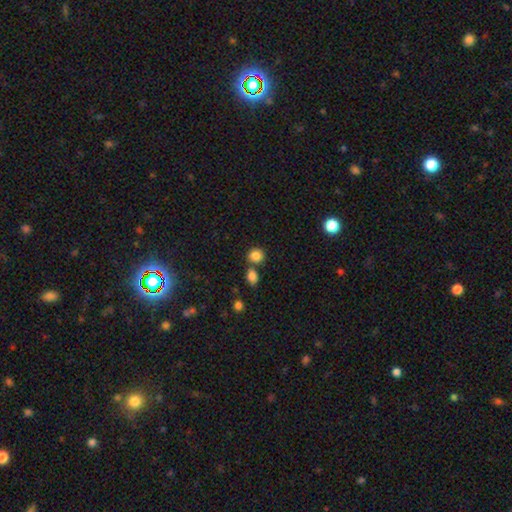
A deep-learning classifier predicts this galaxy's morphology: This is clearly a smooth galaxy (85%). How rounded: likely round (77%). Merging: likely none (66%).